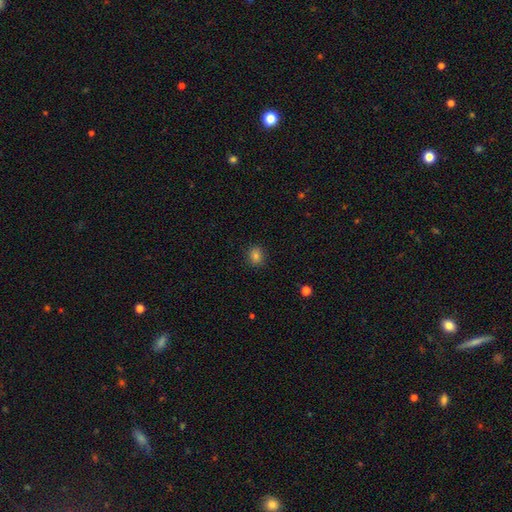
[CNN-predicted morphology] smooth-or-featured: smooth: 80% | star or artifact: 13% | featured or disk: 7%
  how-rounded: round: 77% | in between: 22% | cigar-shaped: 1%
  merging: none: 89% | minor disturbance: 8% | major disturbance: 2% | merger: 1%